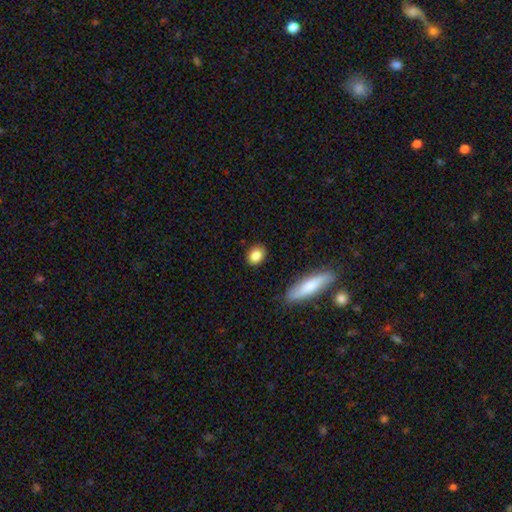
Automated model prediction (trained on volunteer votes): A smooth galaxy with no disk features (85%) that is in between round and cigar-shaped (50%).

Vote fractions:
- Smooth or featured? smooth: 85% / star or artifact: 8% / featured or disk: 7%
- How rounded? in between: 50% / round: 46% / cigar-shaped: 3%
- Merging? none: 86% / minor disturbance: 9% / major disturbance: 2% / merger: 2%